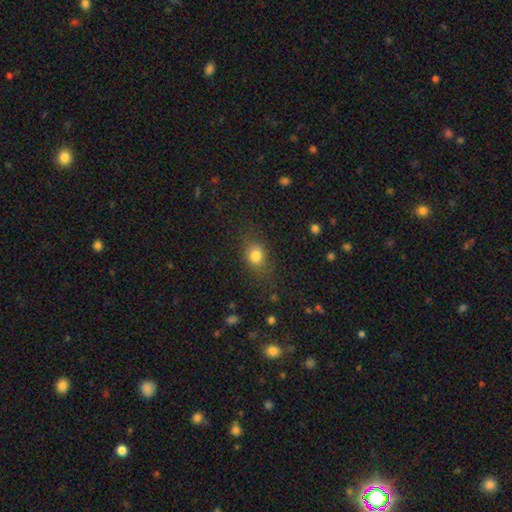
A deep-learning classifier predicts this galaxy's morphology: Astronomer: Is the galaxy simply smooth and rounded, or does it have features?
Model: smooth — 80%.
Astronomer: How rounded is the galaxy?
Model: round — 53% (runner-up: in between, 45%).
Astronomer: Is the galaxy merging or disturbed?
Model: none — 75%.